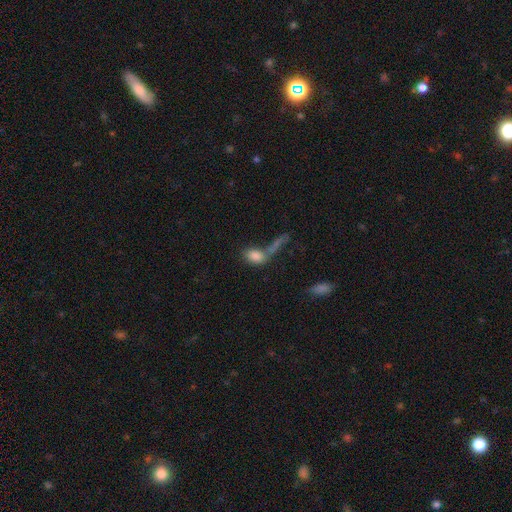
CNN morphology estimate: A smooth galaxy with no disk features (80%) that is in between round and cigar-shaped (85%). Merging: merger (48%).